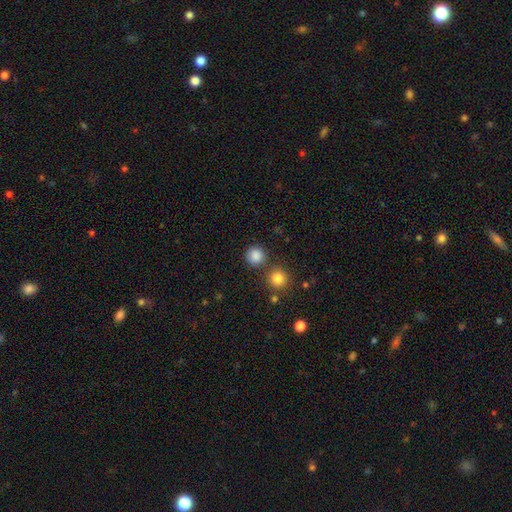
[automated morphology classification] type=smooth (85%); roundness=round (92%); merging=none (80%).